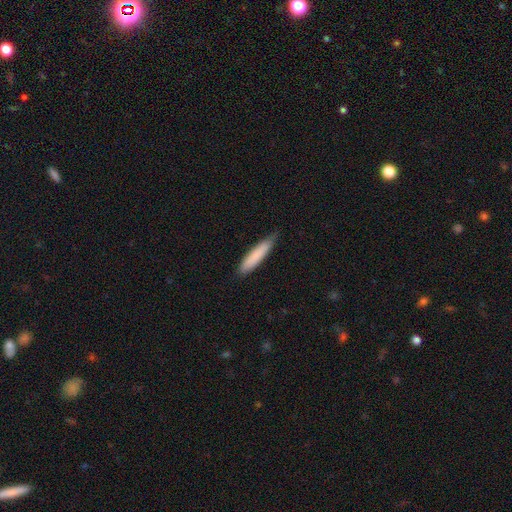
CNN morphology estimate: This appears to be a smooth galaxy with no disk features (82%) that is cigar-shaped (88%). Merging: none (79%).